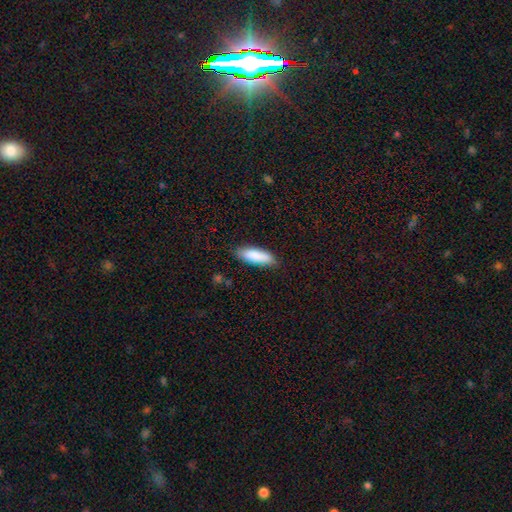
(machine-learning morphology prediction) smooth 88%, featured or disk 7%, star or artifact 6%. Down the decision tree: how rounded — in between (55%); merging — none (83%).